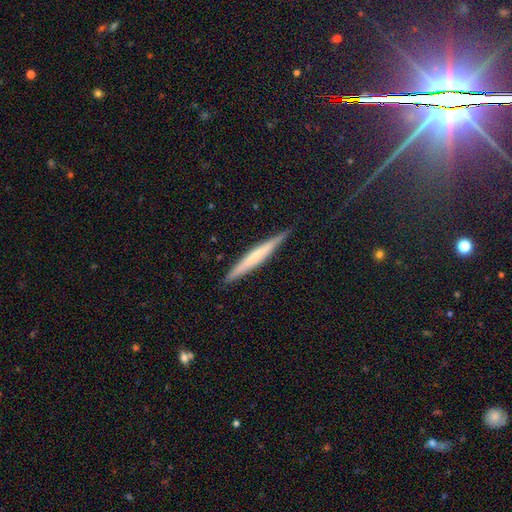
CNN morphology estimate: This is possibly a featured or disk galaxy (50%). Merging: clearly none (89%).